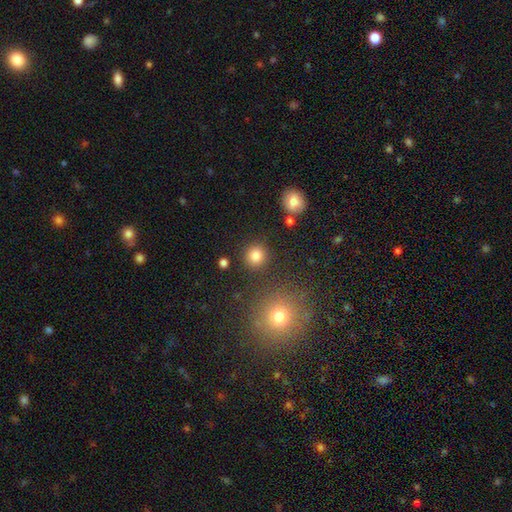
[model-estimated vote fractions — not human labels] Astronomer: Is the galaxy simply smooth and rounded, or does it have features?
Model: smooth — 83%.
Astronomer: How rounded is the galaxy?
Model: round — 93%.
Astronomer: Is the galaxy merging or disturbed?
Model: none — 88%.